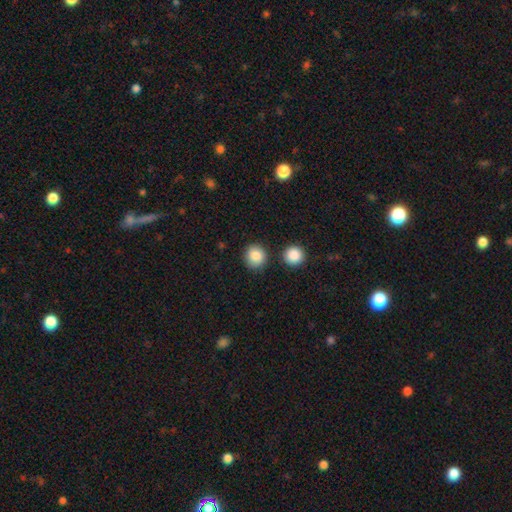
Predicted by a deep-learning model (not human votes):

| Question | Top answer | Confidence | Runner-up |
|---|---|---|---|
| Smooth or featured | smooth | 87% | star or artifact (8%) |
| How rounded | round | 88% | in between (11%) |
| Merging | none | 83% | minor disturbance (9%) |